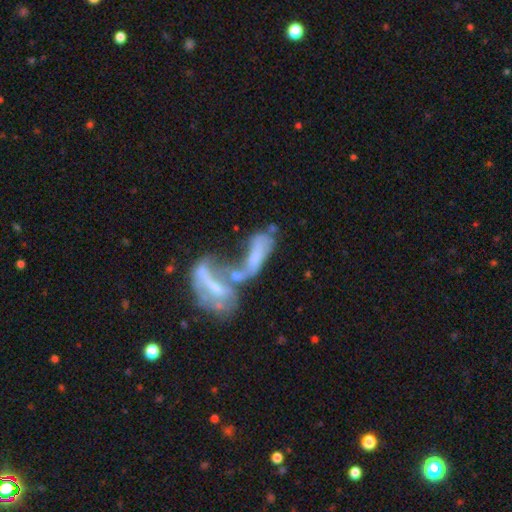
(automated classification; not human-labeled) A featured or disk galaxy (56%).

Vote fractions:
- Smooth or featured? featured or disk: 56% / smooth: 32% / star or artifact: 12%
- Edge-on disk? no: 86% / yes: 14%
- Merging? merger: 70% / major disturbance: 16% / none: 8% / minor disturbance: 5%